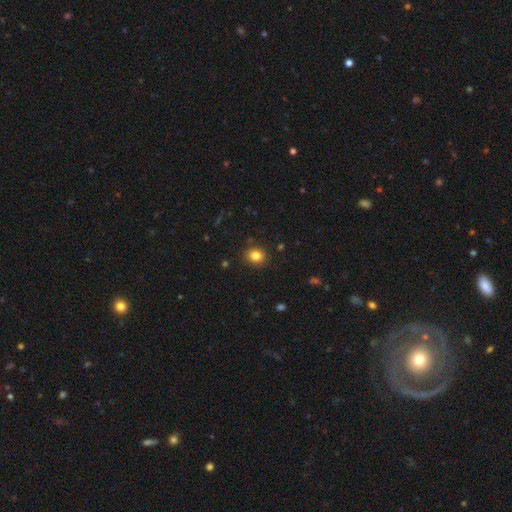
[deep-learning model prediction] A smooth galaxy with no disk features (83%) that is round (66%). Merging: none (88%).